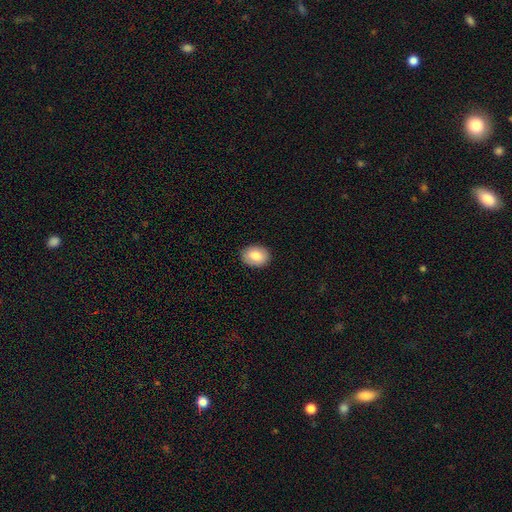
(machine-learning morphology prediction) Smooth or featured? Predicted: smooth (p=0.83). How rounded? Predicted: in between (p=0.64). Merging? Predicted: none (p=0.90).